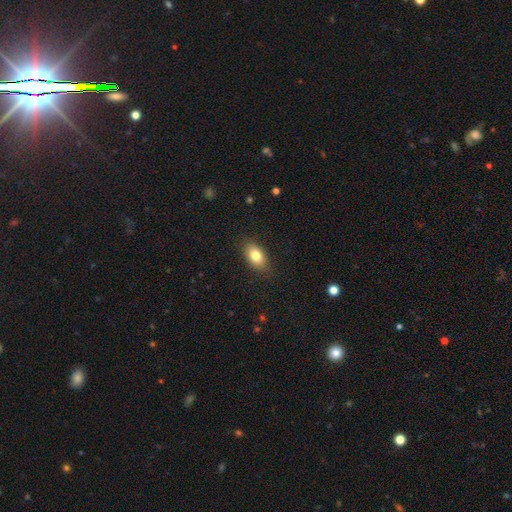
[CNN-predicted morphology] This appears to be a smooth galaxy with no disk features (81%) that is in between round and cigar-shaped (88%). Merging: none (84%).